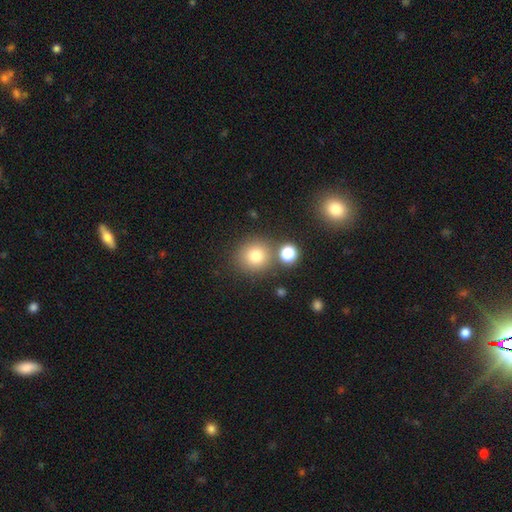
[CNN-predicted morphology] This is likely a smooth galaxy (76%). How rounded: clearly round (91%). Merging: likely none (76%).